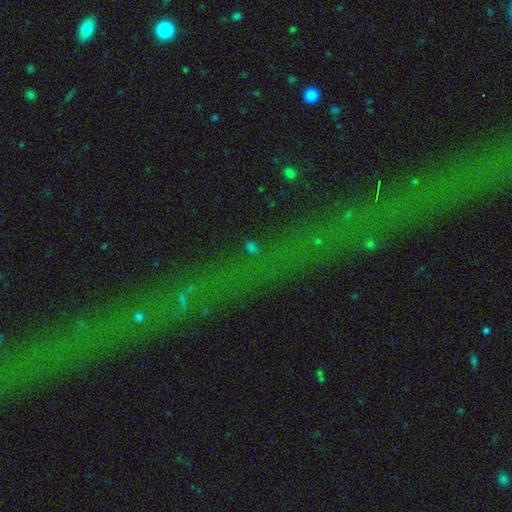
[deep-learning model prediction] A star or artifact, not a galaxy (69%).

Vote fractions:
- Smooth or featured? star or artifact: 69% / featured or disk: 18% / smooth: 12%